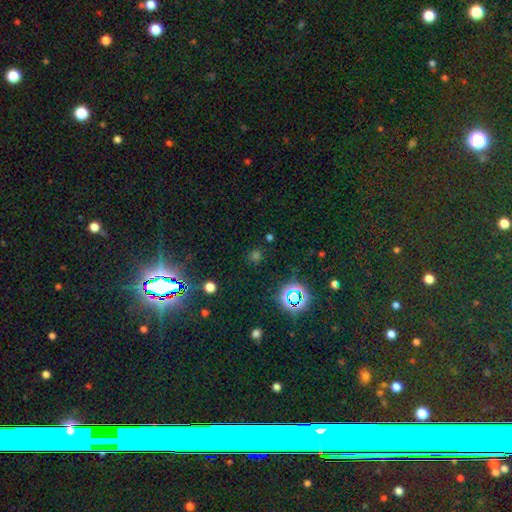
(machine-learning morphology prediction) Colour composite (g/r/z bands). It shows a star or artifact, not a galaxy (57%).